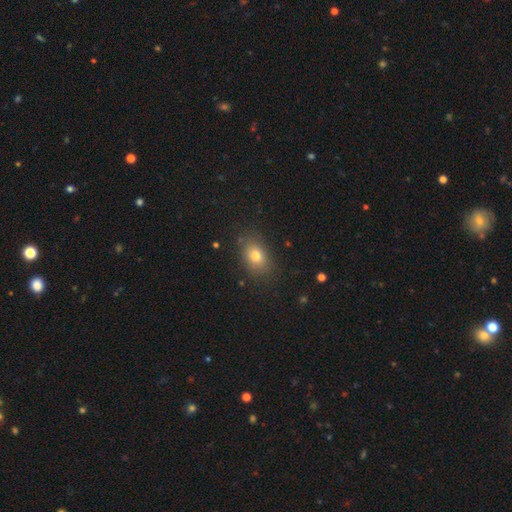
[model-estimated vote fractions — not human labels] Smooth or featured?
  - smooth: 77% *
  - star or artifact: 12%
  - featured or disk: 11%
How rounded?
  - in between: 74% *
  - round: 25%
  - cigar-shaped: 2%
Merging?
  - none: 82% *
  - minor disturbance: 12%
  - major disturbance: 4%
  - merger: 1%